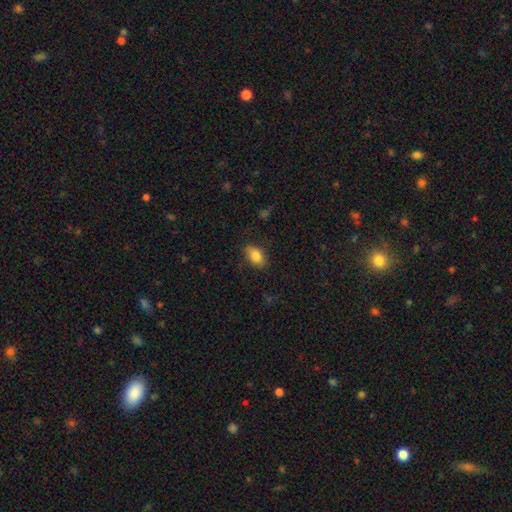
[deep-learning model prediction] Smooth or featured? smooth (84%)
How rounded? in between (88%)
Merging? none (83%)